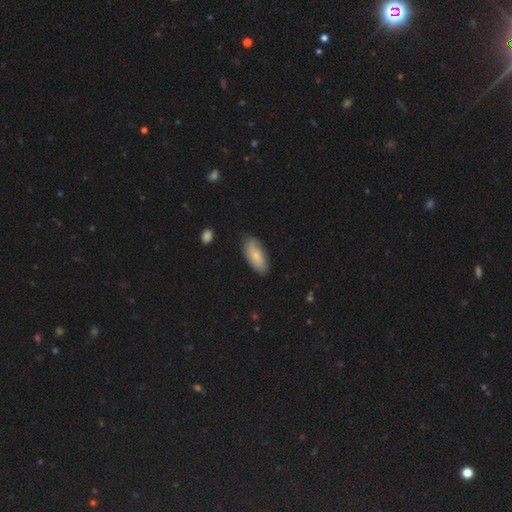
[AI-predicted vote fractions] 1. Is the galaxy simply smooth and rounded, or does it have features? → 78% smooth, 16% featured or disk, 6% star or artifact.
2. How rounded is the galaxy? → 85% in between, 14% cigar-shaped, 2% round.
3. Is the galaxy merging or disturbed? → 78% none, 17% minor disturbance, 3% major disturbance, 1% merger.